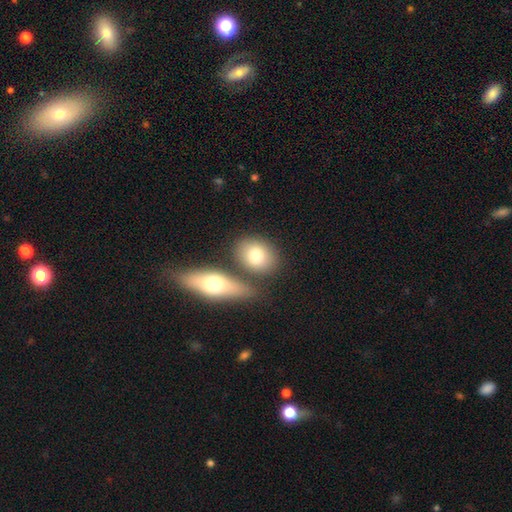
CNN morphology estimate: smooth-or-featured: smooth: 77% | featured or disk: 16% | star or artifact: 7%
  how-rounded: in between: 54% | round: 43% | cigar-shaped: 3%
  merging: none: 65% | merger: 21% | minor disturbance: 11% | major disturbance: 3%